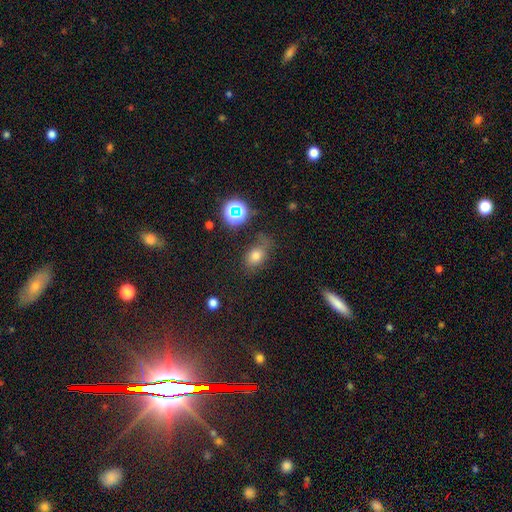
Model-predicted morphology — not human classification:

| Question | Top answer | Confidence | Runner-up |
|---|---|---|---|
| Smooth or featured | smooth | 70% | star or artifact (19%) |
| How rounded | in between | 71% | round (26%) |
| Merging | none | 60% | minor disturbance (24%) |